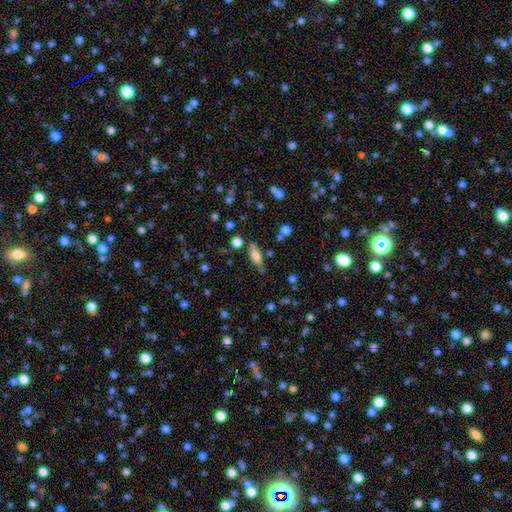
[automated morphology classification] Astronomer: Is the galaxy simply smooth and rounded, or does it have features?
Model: smooth — 71%.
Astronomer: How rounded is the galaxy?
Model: in between — 71%.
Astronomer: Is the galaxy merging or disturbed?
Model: none — 68%.